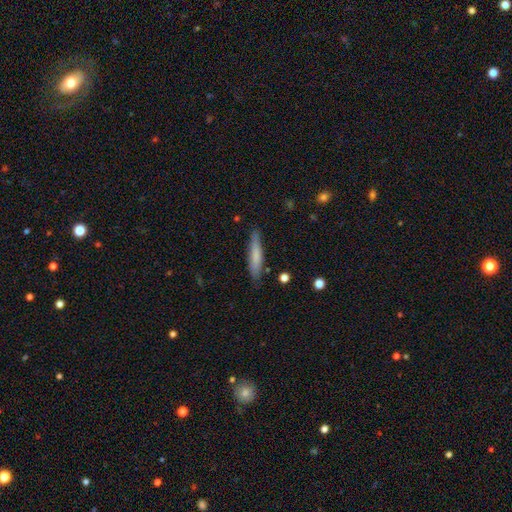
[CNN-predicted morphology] type=smooth (73%); roundness=cigar-shaped (89%); merging=none (84%).